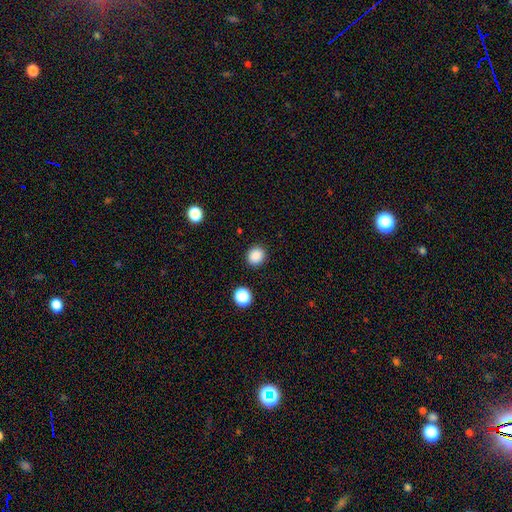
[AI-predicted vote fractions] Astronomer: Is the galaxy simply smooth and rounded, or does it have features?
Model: smooth — 87%.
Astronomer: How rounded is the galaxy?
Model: round — 81%.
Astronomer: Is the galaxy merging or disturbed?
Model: none — 90%.